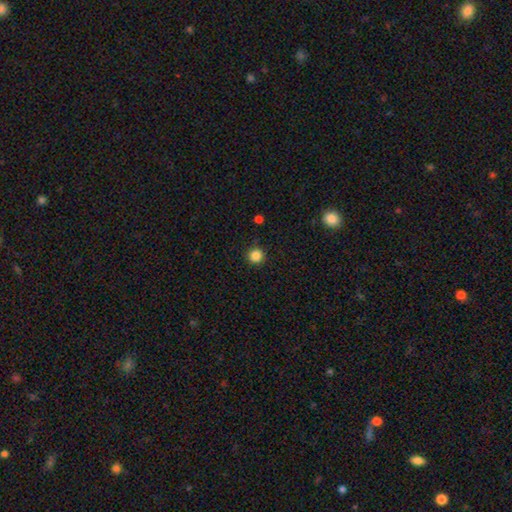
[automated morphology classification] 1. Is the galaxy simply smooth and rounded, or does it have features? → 85% smooth, 12% star or artifact, 3% featured or disk.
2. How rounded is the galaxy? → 96% round, 3% in between, 1% cigar-shaped.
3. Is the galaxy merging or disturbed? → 92% none, 5% minor disturbance, 2% major disturbance, 1% merger.